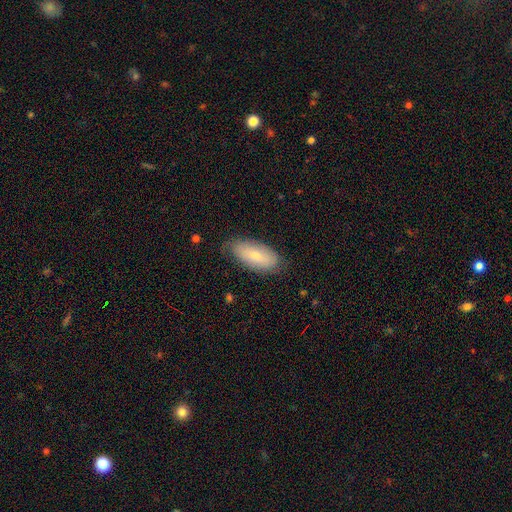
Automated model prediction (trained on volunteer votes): Smooth or featured? Predicted: smooth (p=0.67). How rounded? Predicted: in between (p=0.90). Merging? Predicted: none (p=0.75).